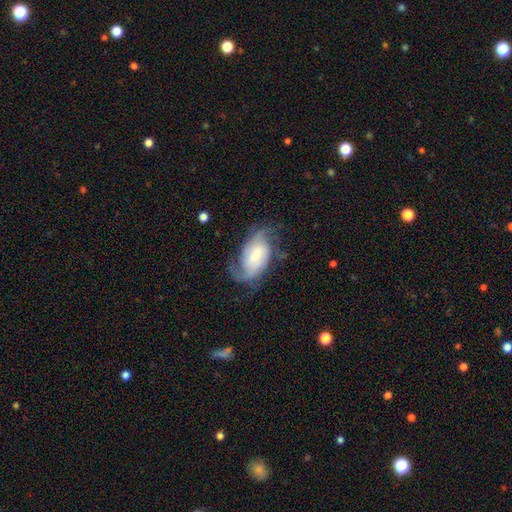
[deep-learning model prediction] Overall: featured or disk (73%). Edge-on disk: no (96%). Bar: no (54%; weak 37%). Spiral arms: yes (93%). Spiral arm count: 2 (56%; can't tell 19%). Spiral winding: medium (44%; loose 29%). Bulge size: small (40%; moderate 31%). Merging: none (56%; minor disturbance 23%).